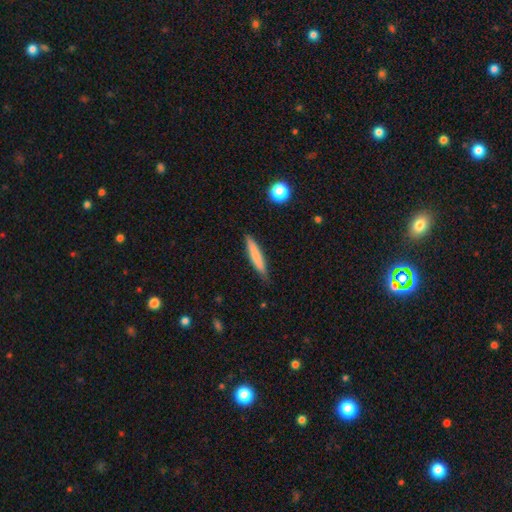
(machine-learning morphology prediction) smooth_or_featured: smooth (p=0.75) [alt: featured or disk p=0.19]
how_rounded: cigar-shaped (p=0.91) [alt: in between p=0.08]
merging: none (p=0.84) [alt: minor disturbance p=0.12]